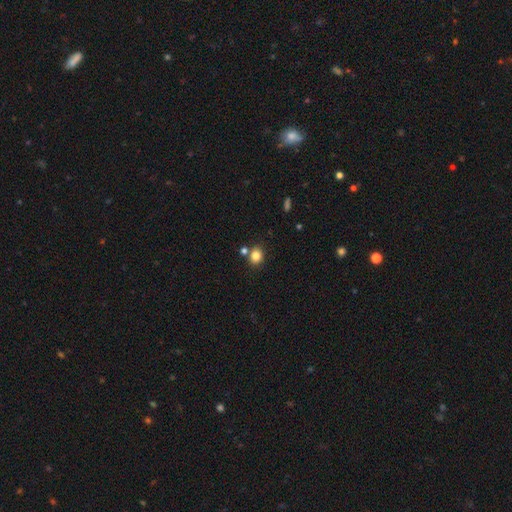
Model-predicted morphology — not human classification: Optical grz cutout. It shows a smooth galaxy with no disk features (82%) that is round (66%). Merging: none (73%).